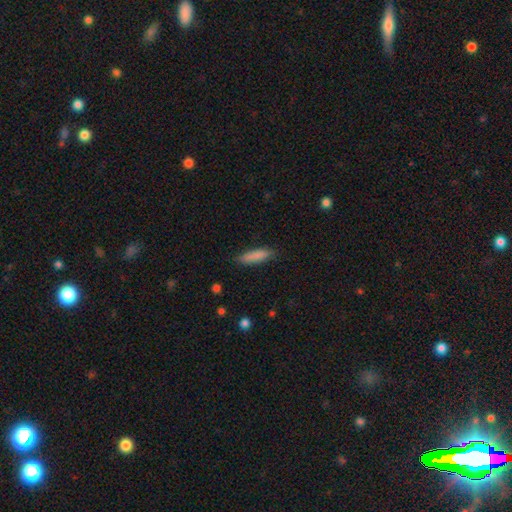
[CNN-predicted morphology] type=smooth (86%); roundness=cigar-shaped (69%); merging=none (86%).